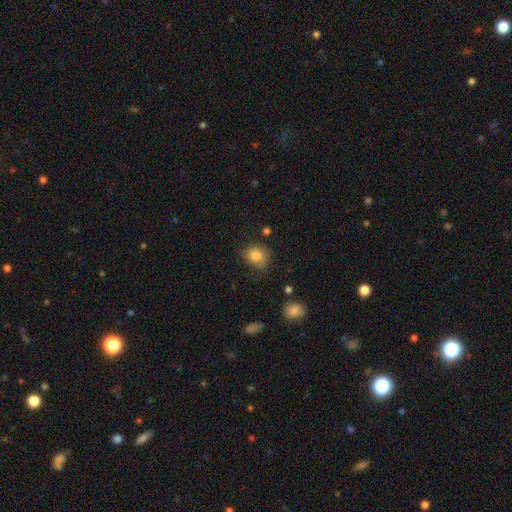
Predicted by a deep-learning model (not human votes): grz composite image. It shows a smooth galaxy with no disk features (82%) that is round (56%). Merging: none (58%).